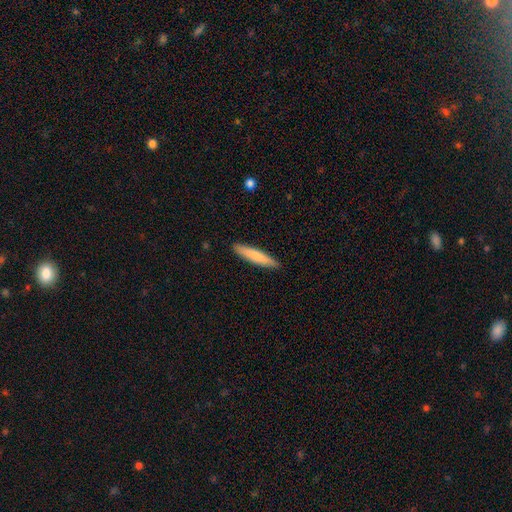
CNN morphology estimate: A smooth galaxy with no disk features (78%) that is cigar-shaped (90%).

Vote fractions:
- Smooth or featured? smooth: 78% / featured or disk: 17% / star or artifact: 5%
- How rounded? cigar-shaped: 90% / in between: 9% / round: 1%
- Merging? none: 91% / minor disturbance: 7% / major disturbance: 1% / merger: 1%